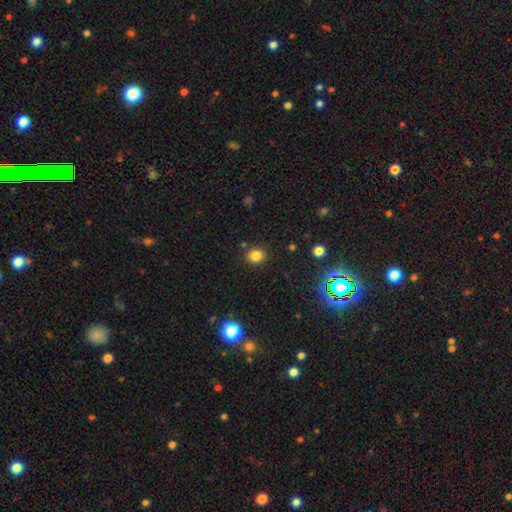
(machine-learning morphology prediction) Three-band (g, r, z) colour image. It shows a smooth galaxy with no disk features (81%) that is round (70%). Merging: none (85%).